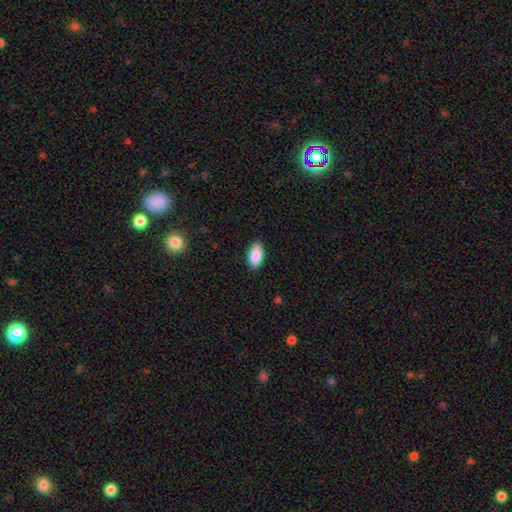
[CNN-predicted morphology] smooth 89%, star or artifact 7%, featured or disk 4%. Down the decision tree: how rounded — in between (93%); merging — none (83%).